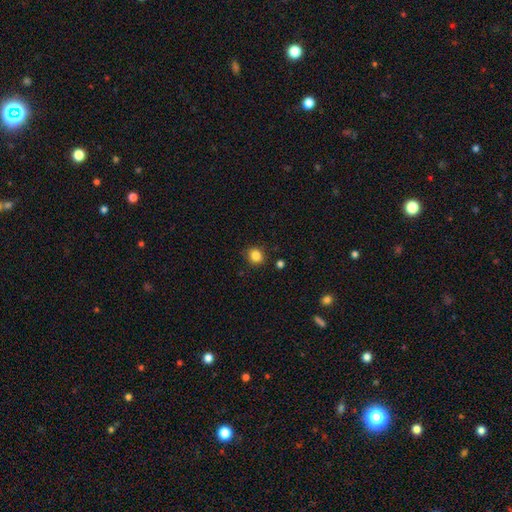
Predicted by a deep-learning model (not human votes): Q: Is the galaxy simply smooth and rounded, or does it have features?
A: smooth — 85%.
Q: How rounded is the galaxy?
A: round — 77%.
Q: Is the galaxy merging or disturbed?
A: none — 86%.